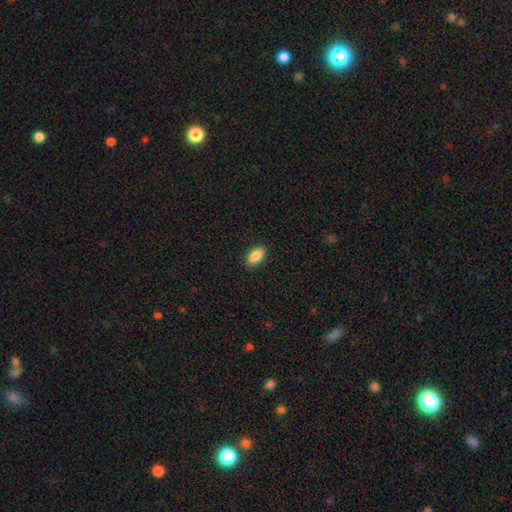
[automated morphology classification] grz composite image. It shows a smooth galaxy with no disk features (87%) that is in between round and cigar-shaped (92%). Merging: none (90%).